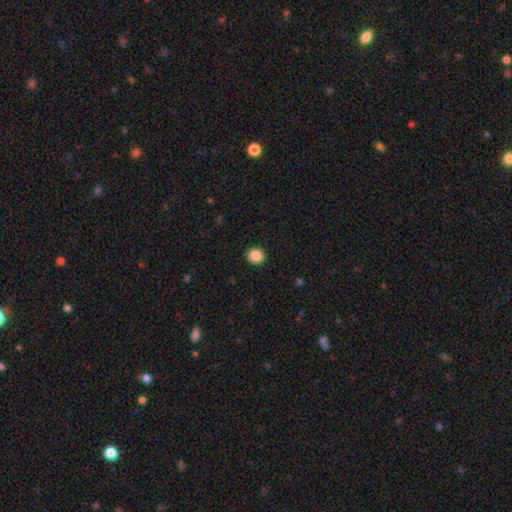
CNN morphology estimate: Overall: smooth (88%). How rounded: round (92%). Merging: none (93%).